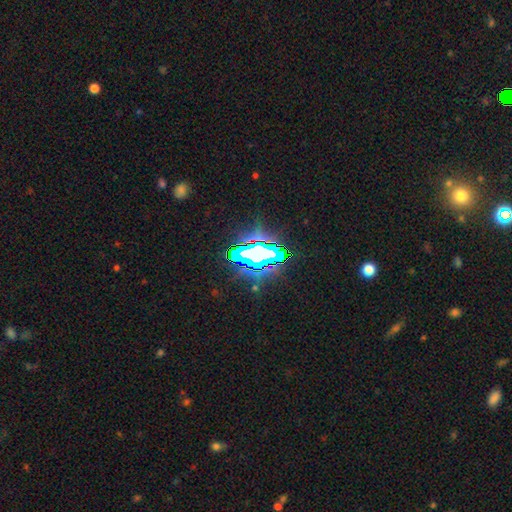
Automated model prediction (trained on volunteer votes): Smooth or featured: star or artifact — 66% (smooth — 18%)